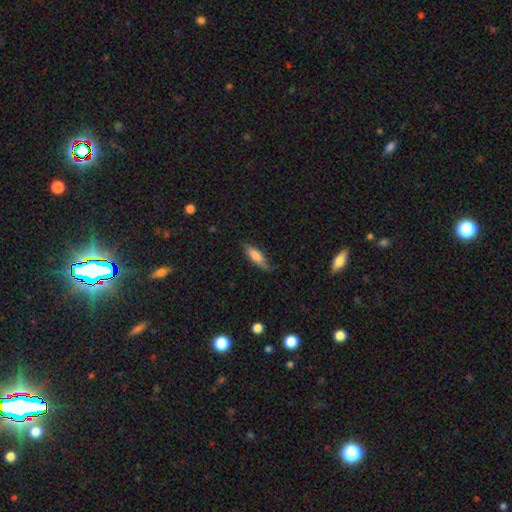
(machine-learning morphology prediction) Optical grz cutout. It shows a smooth galaxy with no disk features (75%) that is cigar-shaped (50%). Merging: none (70%).